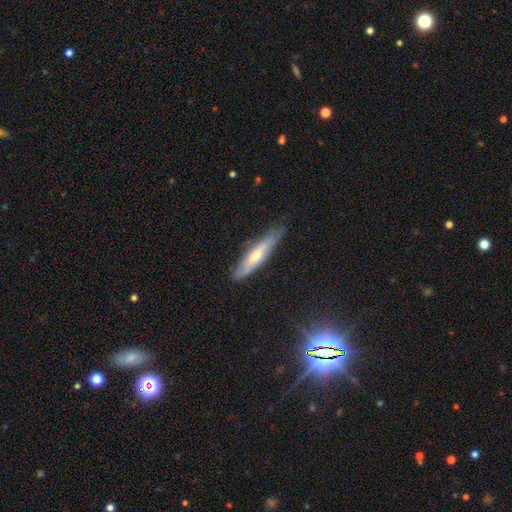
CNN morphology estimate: featured or disk 49%, smooth 45%, star or artifact 7%. Down the decision tree: merging — none (76%).